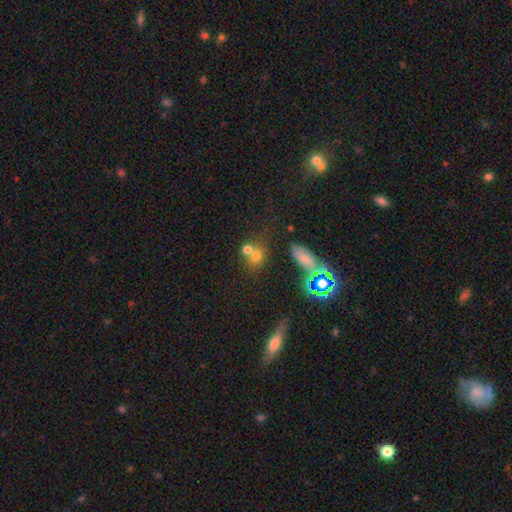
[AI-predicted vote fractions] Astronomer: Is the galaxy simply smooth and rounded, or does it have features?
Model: smooth — 65%.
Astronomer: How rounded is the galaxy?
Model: round — 66%.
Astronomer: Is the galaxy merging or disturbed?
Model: merger — 46% (runner-up: none, 40%).